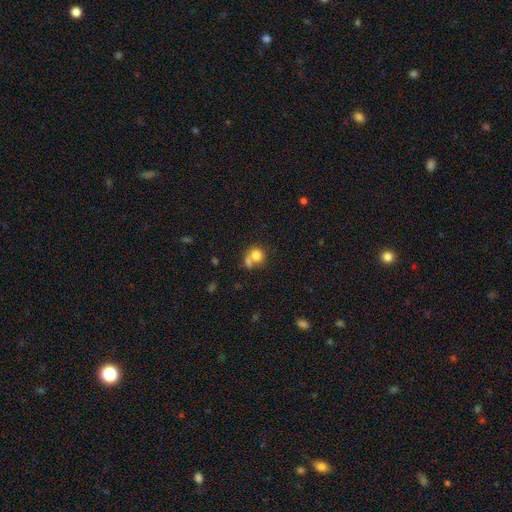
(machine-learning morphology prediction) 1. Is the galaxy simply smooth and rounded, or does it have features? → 78% smooth, 12% featured or disk, 10% star or artifact.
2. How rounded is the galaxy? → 77% round, 22% in between, 1% cigar-shaped.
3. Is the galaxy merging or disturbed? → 42% merger, 39% none, 11% minor disturbance, 7% major disturbance.